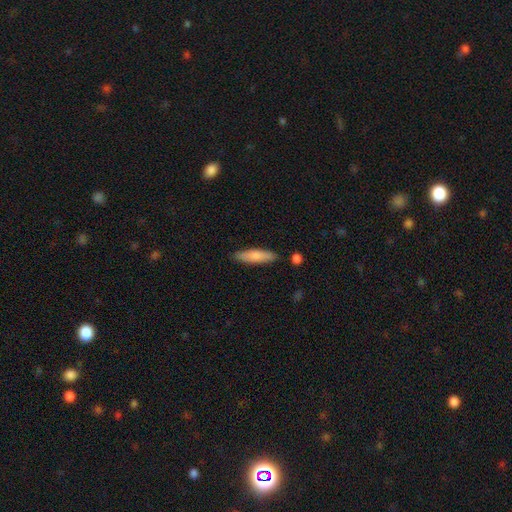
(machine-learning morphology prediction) Smooth or featured? smooth (77%)
How rounded? cigar-shaped (69%)
Merging? none (85%)